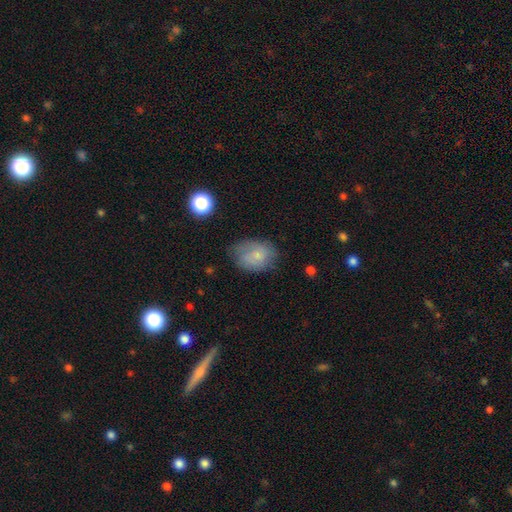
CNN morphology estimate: smooth_or_featured: smooth (p=0.74) [alt: featured or disk p=0.17]
how_rounded: in between (p=0.67) [alt: round p=0.32]
merging: none (p=0.58) [alt: minor disturbance p=0.29]